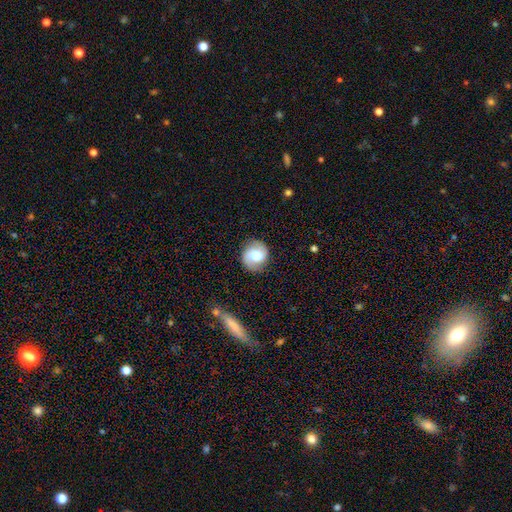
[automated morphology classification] smooth_or_featured: featured or disk (p=0.49) [alt: smooth p=0.43]
merging: none (p=0.81) [alt: minor disturbance p=0.13]